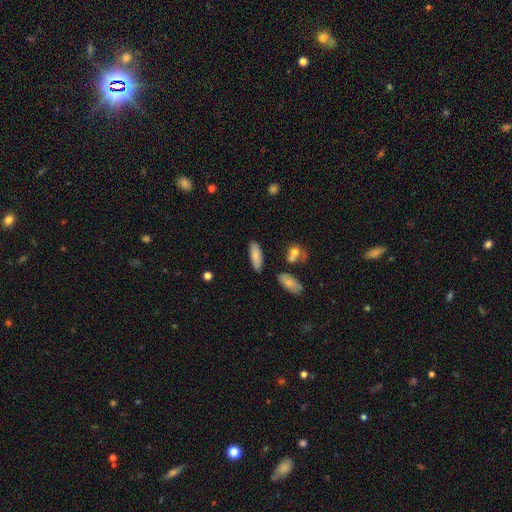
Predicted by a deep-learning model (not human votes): smooth 83%, featured or disk 10%, star or artifact 7%. Down the decision tree: how rounded — in between (69%); merging — none (81%).